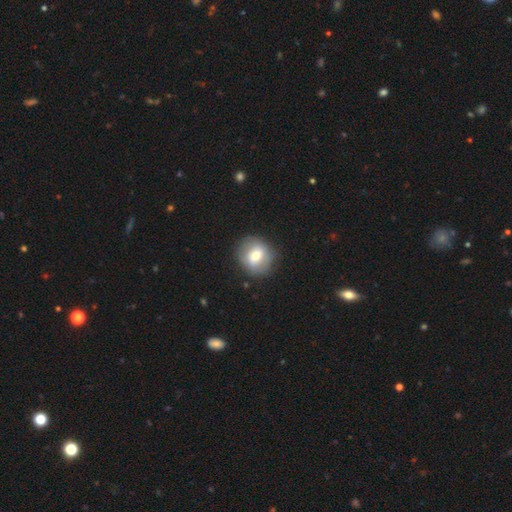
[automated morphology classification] Overall: smooth (68%). How rounded: round (77%). Merging: none (81%).